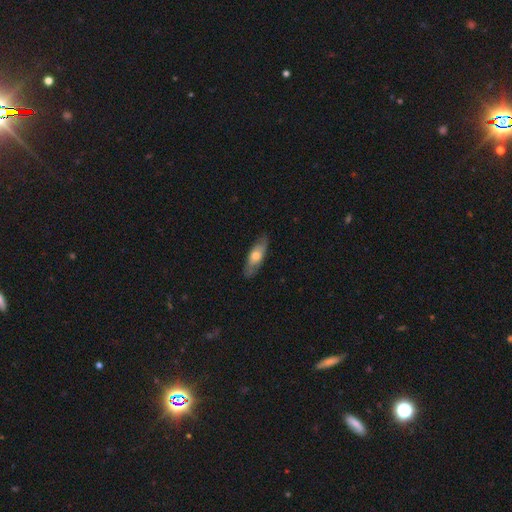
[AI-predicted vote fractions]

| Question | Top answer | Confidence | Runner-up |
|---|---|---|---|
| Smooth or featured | smooth | 54% | featured or disk (41%) |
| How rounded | in between | 63% | cigar-shaped (35%) |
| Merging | none | 82% | minor disturbance (14%) |